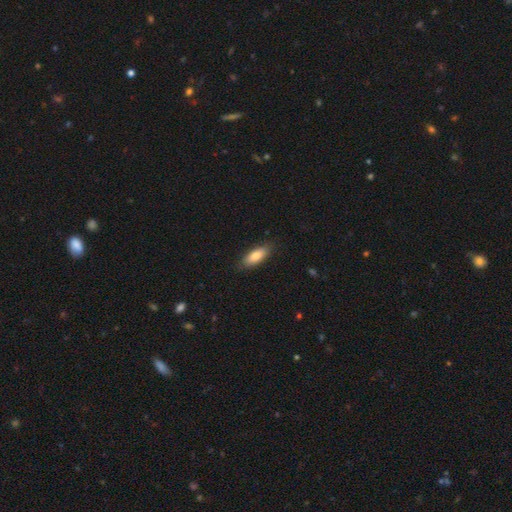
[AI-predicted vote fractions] This is clearly a smooth galaxy (81%). How rounded: likely in between (72%). Merging: clearly none (85%).